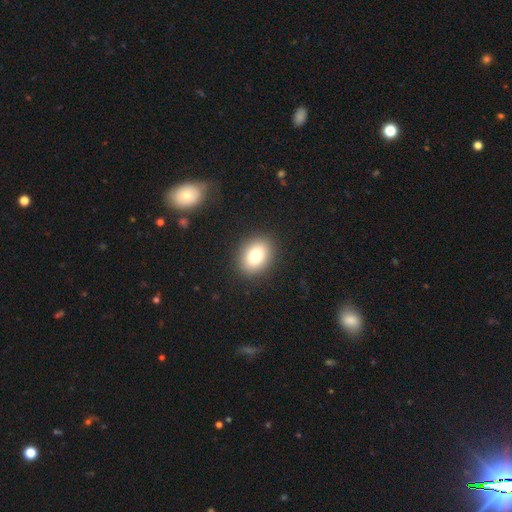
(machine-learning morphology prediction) A smooth galaxy with no disk features (79%) that is in between round and cigar-shaped (66%). Merging: none (89%).